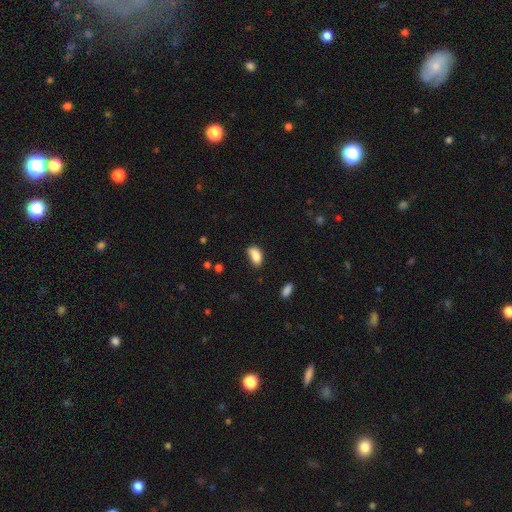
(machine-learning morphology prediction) This appears to be a smooth galaxy with no disk features (83%) that is in between round and cigar-shaped (91%). Merging: none (52%).